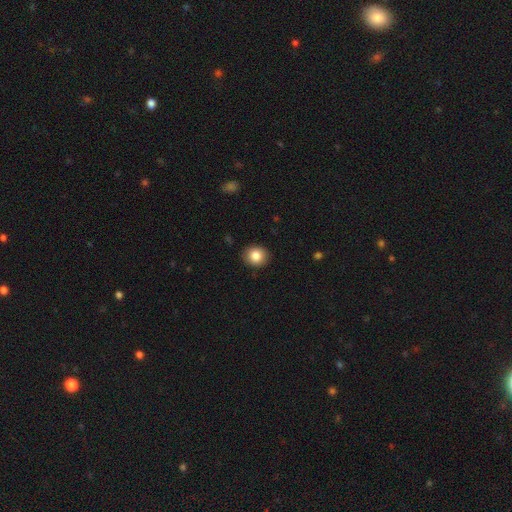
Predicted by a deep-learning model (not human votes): Q: Smooth or featured?
A: smooth (85%); runner-up: star or artifact (9%)
Q: How rounded?
A: round (75%); runner-up: in between (24%)
Q: Merging?
A: none (90%); runner-up: minor disturbance (7%)